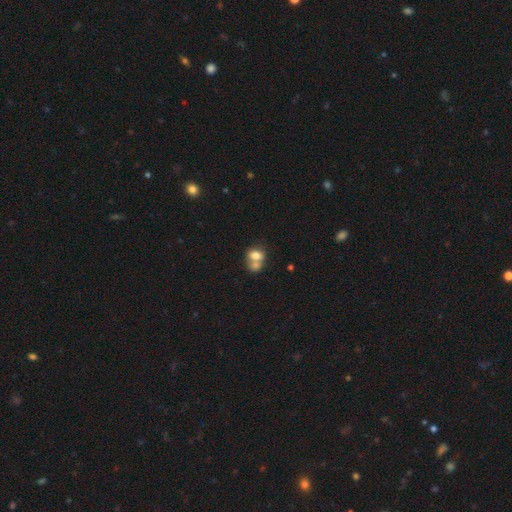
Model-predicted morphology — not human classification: smooth 74%, featured or disk 17%, star or artifact 9%. Down the decision tree: how rounded — in between (64%); merging — merger (64%).